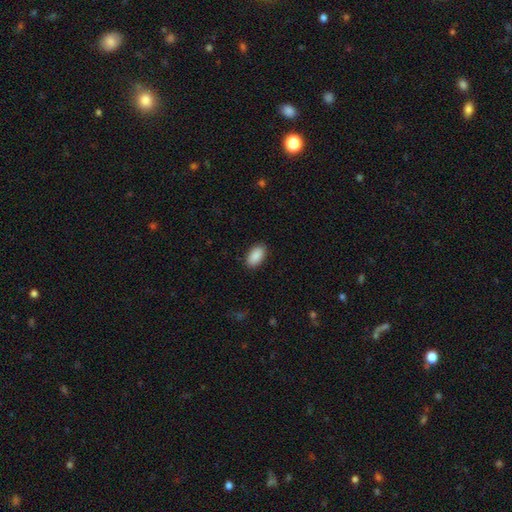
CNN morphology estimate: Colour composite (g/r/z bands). It shows a smooth galaxy with no disk features (90%) that is in between round and cigar-shaped (95%). Merging: none (89%).